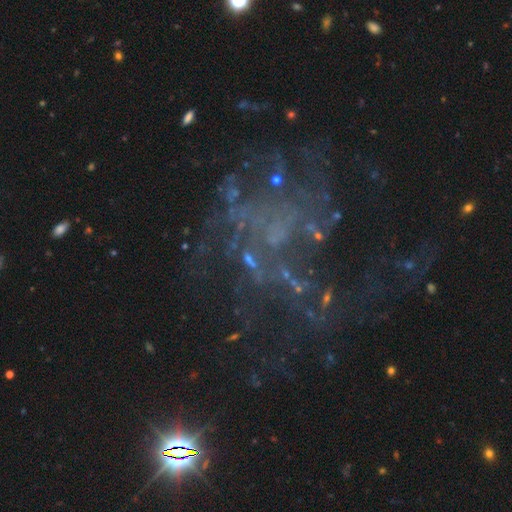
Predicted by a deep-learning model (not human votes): Q: Smooth or featured?
A: featured or disk (61%); runner-up: star or artifact (29%)
Q: Edge-on disk?
A: no (98%); runner-up: yes (2%)
Q: Bar?
A: no (85%); runner-up: weak (12%)
Q: Spiral arms?
A: no (65%); runner-up: yes (35%)
Q: Bulge size?
A: none (68%); runner-up: small (21%)
Q: Merging?
A: none (44%); runner-up: major disturbance (36%)